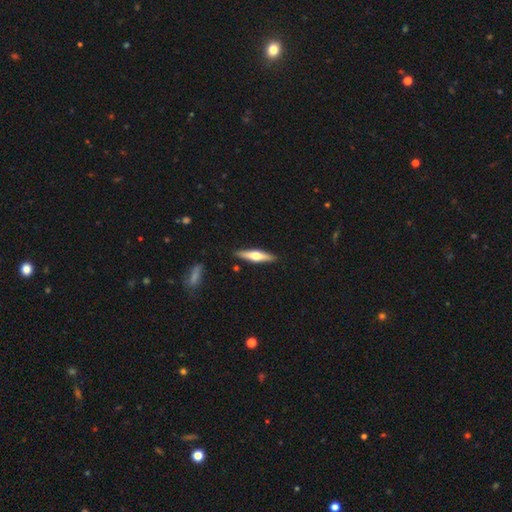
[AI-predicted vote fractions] featured or disk 52%, smooth 43%, star or artifact 5%. Down the decision tree: edge-on disk — yes (94%); merging — none (89%).